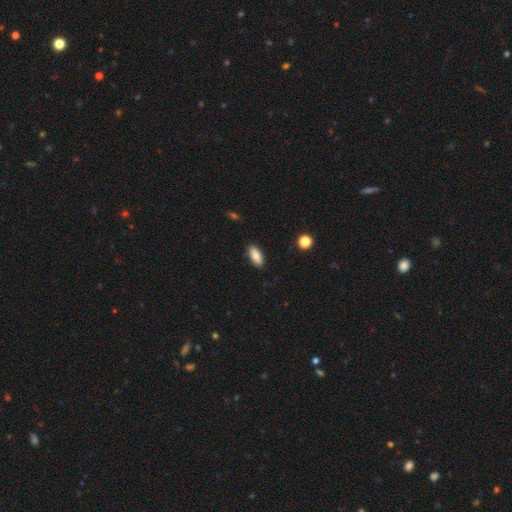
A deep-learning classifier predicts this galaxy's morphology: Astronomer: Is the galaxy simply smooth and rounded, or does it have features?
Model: smooth — 84%.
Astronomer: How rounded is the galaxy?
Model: in between — 88%.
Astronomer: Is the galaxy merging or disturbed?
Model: none — 87%.